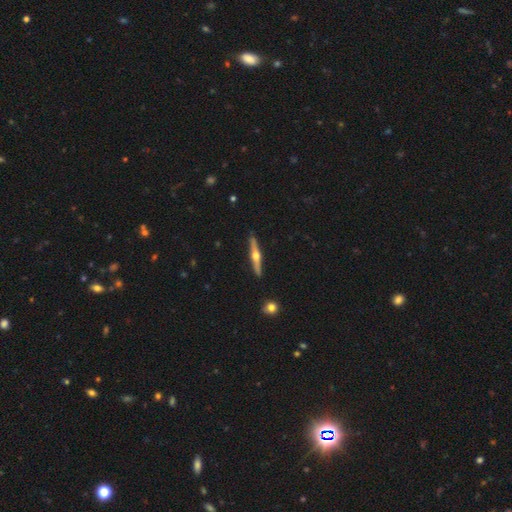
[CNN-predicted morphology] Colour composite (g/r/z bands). It shows a featured or disk galaxy (75%) viewed edge-on (98%) with a rounded central bulge (96%). Merging: none (91%).